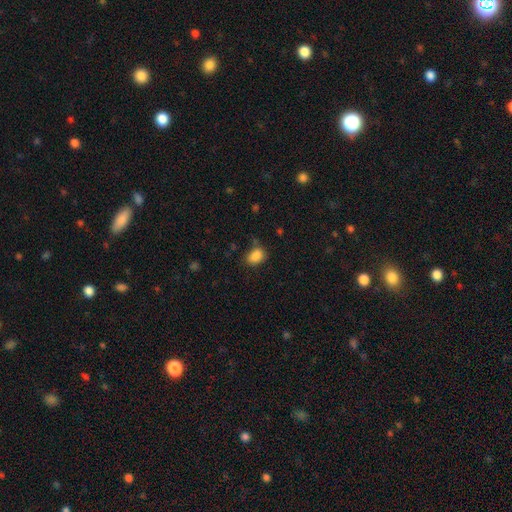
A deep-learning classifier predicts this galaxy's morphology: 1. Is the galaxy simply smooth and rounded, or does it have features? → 86% smooth, 9% star or artifact, 4% featured or disk.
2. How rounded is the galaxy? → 76% in between, 23% round, 1% cigar-shaped.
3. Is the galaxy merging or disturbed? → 72% none, 19% minor disturbance, 5% major disturbance, 4% merger.